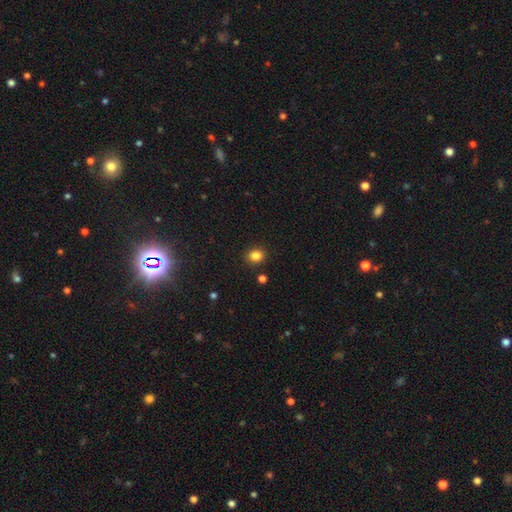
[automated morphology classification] This is clearly a smooth galaxy (84%). How rounded: likely round (68%). Merging: clearly none (89%).